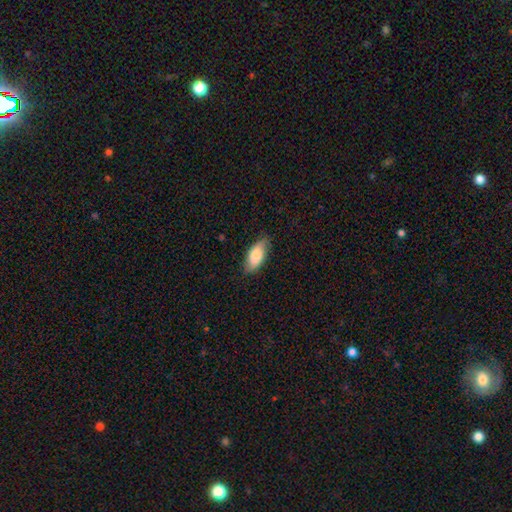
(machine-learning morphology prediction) type=smooth (77%); roundness=in between (88%); merging=none (79%).